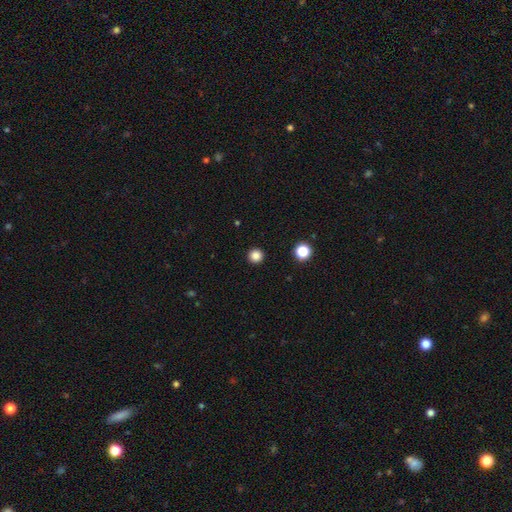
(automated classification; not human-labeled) Smooth or featured? smooth (85%)
How rounded? round (96%)
Merging? none (93%)